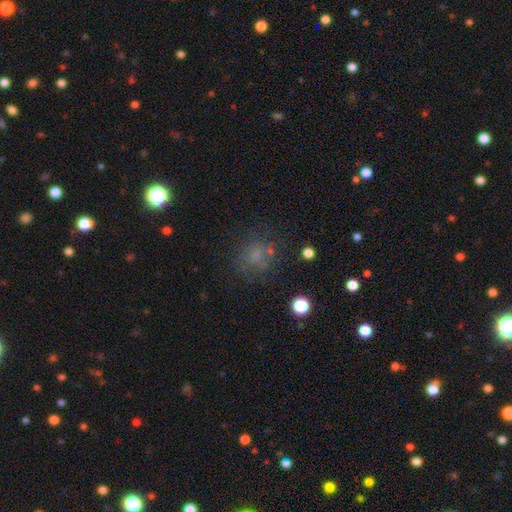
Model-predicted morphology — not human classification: A smooth galaxy with no disk features (56%) that is round (76%).

Vote fractions:
- Smooth or featured? smooth: 56% / star or artifact: 23% / featured or disk: 20%
- How rounded? round: 76% / in between: 22% / cigar-shaped: 1%
- Merging? none: 66% / minor disturbance: 16% / major disturbance: 13% / merger: 5%